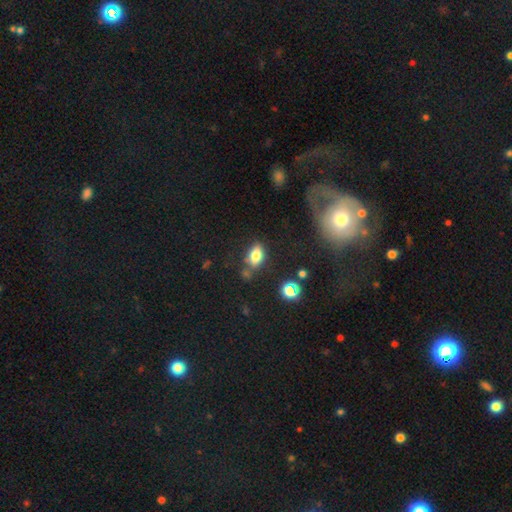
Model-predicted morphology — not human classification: A smooth galaxy with no disk features (77%) that is in between round and cigar-shaped (86%).

Vote fractions:
- Smooth or featured? smooth: 77% / featured or disk: 11% / star or artifact: 11%
- How rounded? in between: 86% / round: 10% / cigar-shaped: 4%
- Merging? none: 67% / minor disturbance: 18% / merger: 10% / major disturbance: 5%